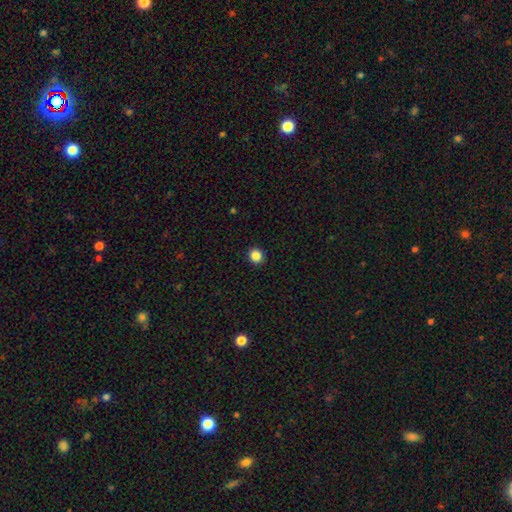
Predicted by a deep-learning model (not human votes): Smooth or featured?
  - smooth: 86% *
  - star or artifact: 11%
  - featured or disk: 3%
How rounded?
  - round: 87% *
  - in between: 12%
  - cigar-shaped: 1%
Merging?
  - none: 93% *
  - minor disturbance: 5%
  - major disturbance: 2%
  - merger: 1%